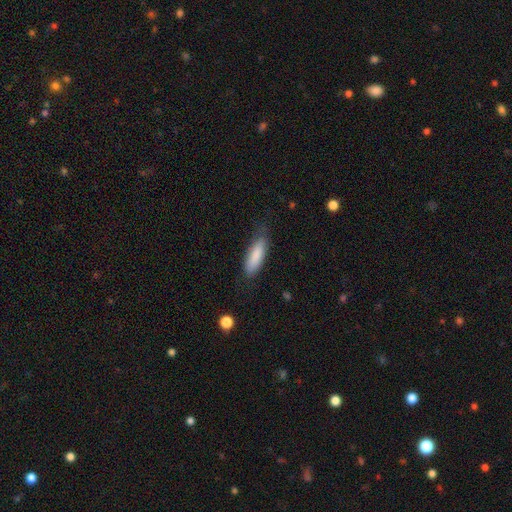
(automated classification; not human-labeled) Smooth or featured? Predicted: smooth (p=0.86). How rounded? Predicted: in between (p=0.50). Merging? Predicted: none (p=0.73).